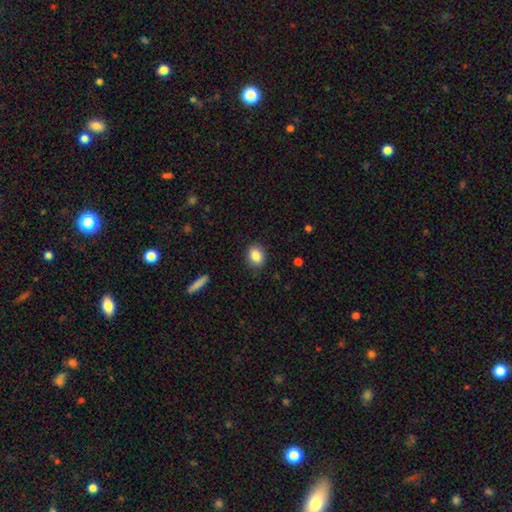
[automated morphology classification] smooth-or-featured: smooth: 85% | star or artifact: 9% | featured or disk: 6%
  how-rounded: in between: 50% | round: 48% | cigar-shaped: 1%
  merging: none: 86% | minor disturbance: 10% | major disturbance: 3% | merger: 1%